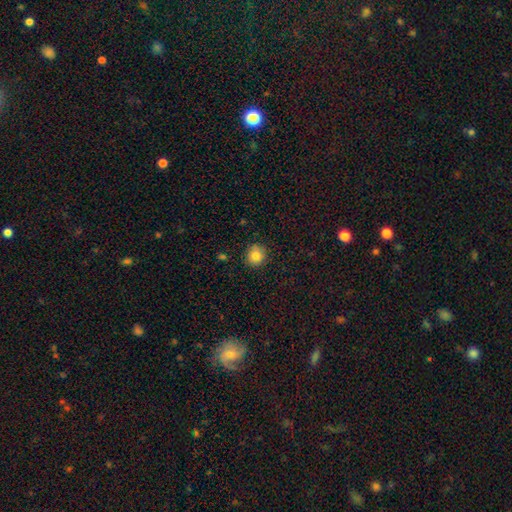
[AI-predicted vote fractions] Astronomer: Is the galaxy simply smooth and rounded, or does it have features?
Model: smooth — 83%.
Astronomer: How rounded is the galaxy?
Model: round — 88%.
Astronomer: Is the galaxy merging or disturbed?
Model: none — 89%.